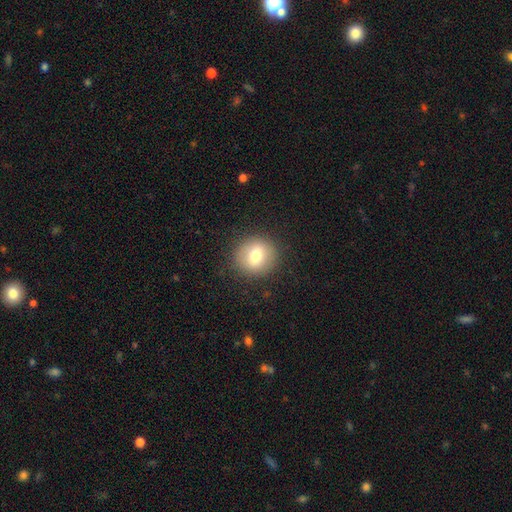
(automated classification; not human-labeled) Smooth or featured?
  - smooth: 71% *
  - featured or disk: 19%
  - star or artifact: 10%
How rounded?
  - round: 87% *
  - in between: 12%
  - cigar-shaped: 1%
Merging?
  - none: 88% *
  - minor disturbance: 8%
  - major disturbance: 3%
  - merger: 1%